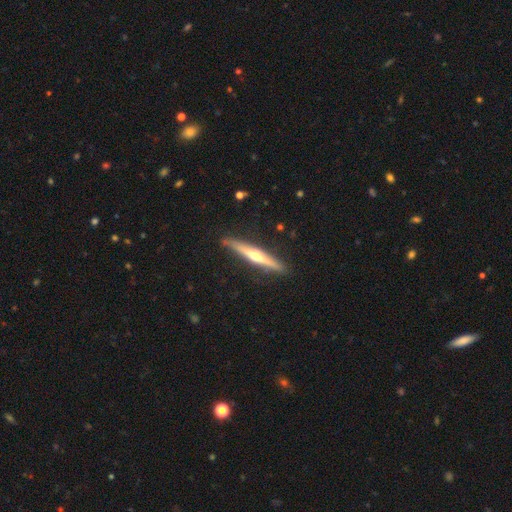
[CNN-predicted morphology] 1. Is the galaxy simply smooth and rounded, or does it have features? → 67% featured or disk, 28% smooth, 5% star or artifact.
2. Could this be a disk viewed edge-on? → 97% yes, 3% no.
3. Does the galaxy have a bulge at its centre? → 84% rounded, 13% none, 4% boxy.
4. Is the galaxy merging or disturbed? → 89% none, 8% minor disturbance, 2% major disturbance, 1% merger.